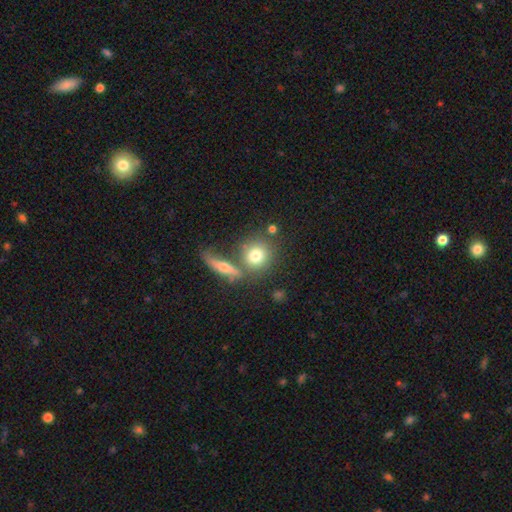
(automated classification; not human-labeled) Smooth or featured: smooth — 74% (featured or disk — 16%)
How rounded: round — 84% (in between — 13%)
Merging: none — 61% (merger — 23%)